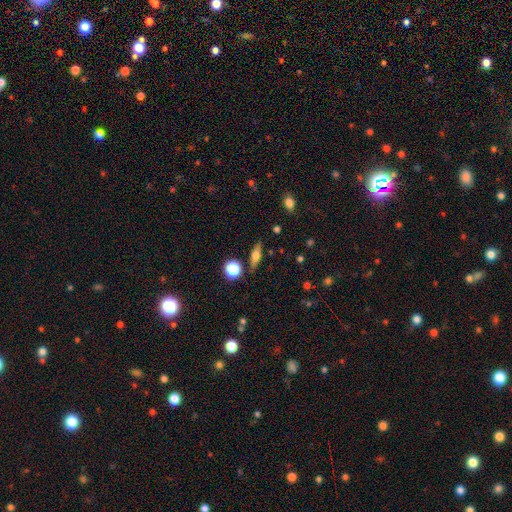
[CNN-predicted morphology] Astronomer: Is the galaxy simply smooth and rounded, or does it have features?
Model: smooth — 48% (runner-up: featured or disk, 42%).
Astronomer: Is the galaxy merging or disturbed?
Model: none — 84%.